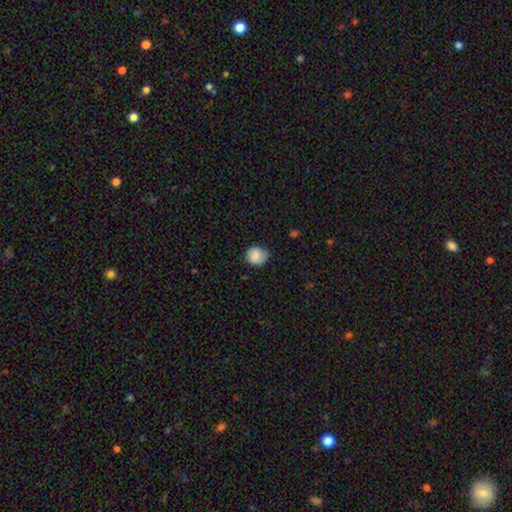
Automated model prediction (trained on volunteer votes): smooth-or-featured: smooth: 86% | star or artifact: 8% | featured or disk: 7%
  how-rounded: round: 83% | in between: 16% | cigar-shaped: 1%
  merging: none: 74% | minor disturbance: 21% | major disturbance: 4% | merger: 1%